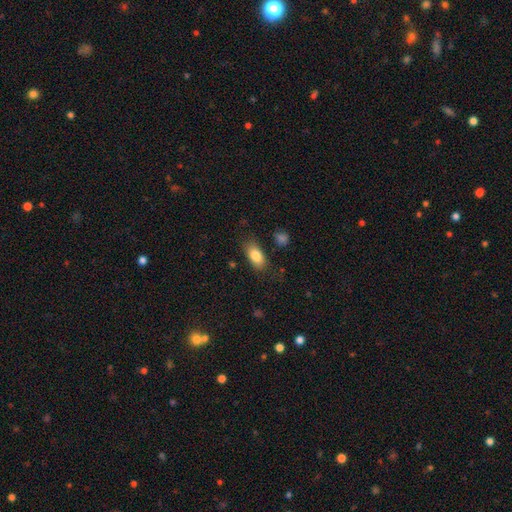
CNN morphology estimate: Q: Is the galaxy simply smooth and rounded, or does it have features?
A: smooth — 84%.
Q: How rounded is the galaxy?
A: in between — 89%.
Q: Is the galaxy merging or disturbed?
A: none — 79%.